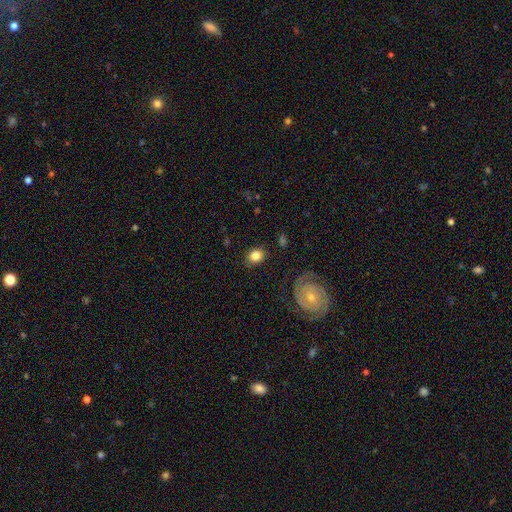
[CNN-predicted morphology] smooth-or-featured: smooth: 80% | featured or disk: 11% | star or artifact: 8%
  how-rounded: round: 62% | in between: 37% | cigar-shaped: 1%
  merging: none: 84% | minor disturbance: 11% | major disturbance: 4% | merger: 2%